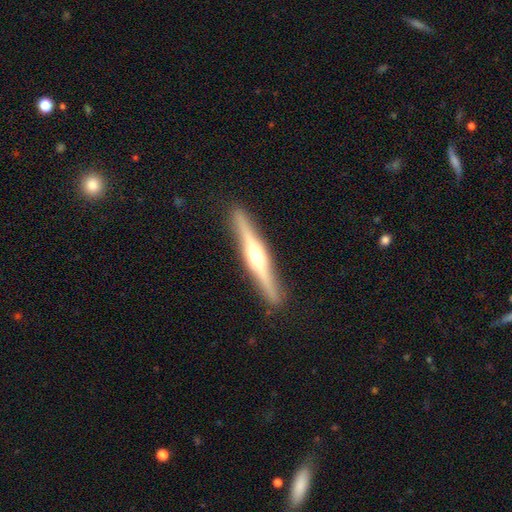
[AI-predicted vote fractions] A featured or disk galaxy (77%) viewed edge-on (97%) with a rounded central bulge (88%).

Vote fractions:
- Smooth or featured? featured or disk: 77% / smooth: 18% / star or artifact: 5%
- Edge-on disk? yes: 97% / no: 3%
- Edge-on bulge? rounded: 88% / boxy: 8% / none: 5%
- Merging? none: 90% / minor disturbance: 7% / major disturbance: 1% / merger: 1%